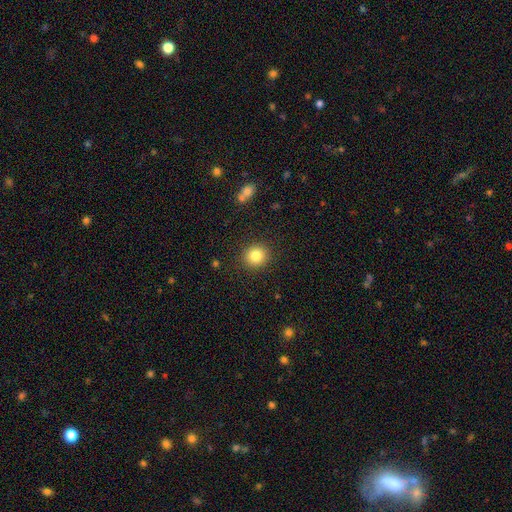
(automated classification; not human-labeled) smooth 83%, star or artifact 10%, featured or disk 7%. Down the decision tree: how rounded — round (89%); merging — none (90%).